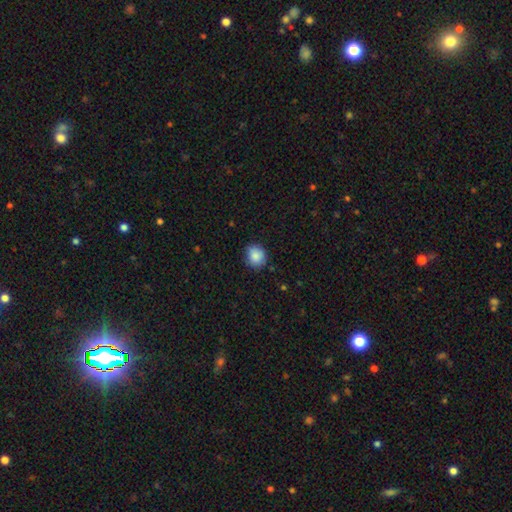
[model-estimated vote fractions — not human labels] smooth 87%, star or artifact 8%, featured or disk 5%. Down the decision tree: how rounded — round (76%); merging — none (80%).